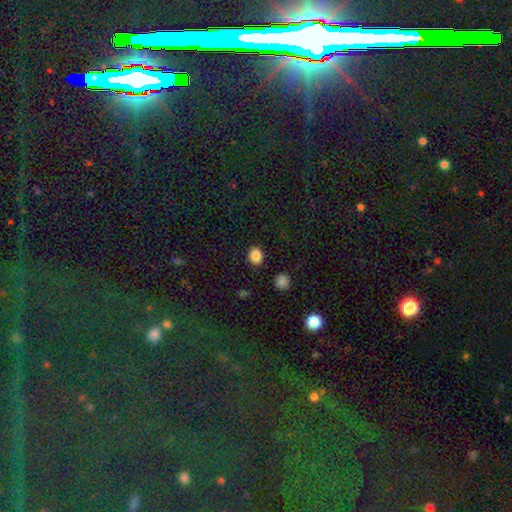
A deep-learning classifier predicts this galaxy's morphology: Smooth or featured?
  - smooth: 86% *
  - star or artifact: 10%
  - featured or disk: 3%
How rounded?
  - round: 51% *
  - in between: 48%
  - cigar-shaped: 1%
Merging?
  - none: 88% *
  - minor disturbance: 8%
  - major disturbance: 3%
  - merger: 2%